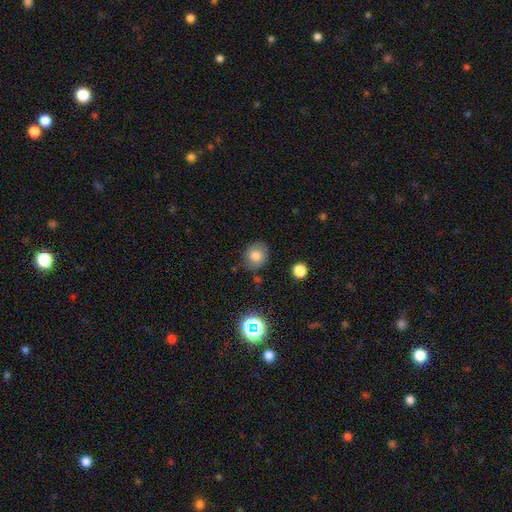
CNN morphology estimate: This is likely a smooth galaxy (76%). How rounded: likely round (71%). Merging: likely none (78%).